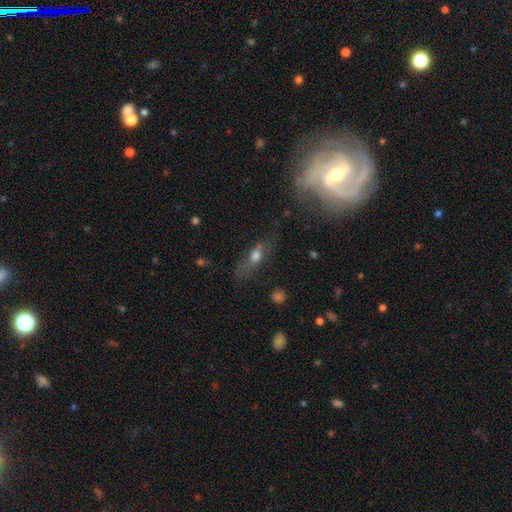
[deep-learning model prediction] This is possibly a smooth galaxy (57%). How rounded: possibly in between (53%). Merging: possibly none (58%).